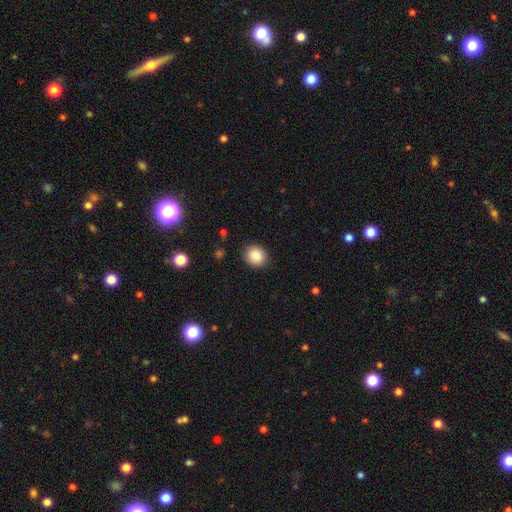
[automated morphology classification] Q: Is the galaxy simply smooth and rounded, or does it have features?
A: smooth — 88%.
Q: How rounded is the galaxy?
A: round — 69%.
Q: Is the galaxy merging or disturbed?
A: none — 87%.